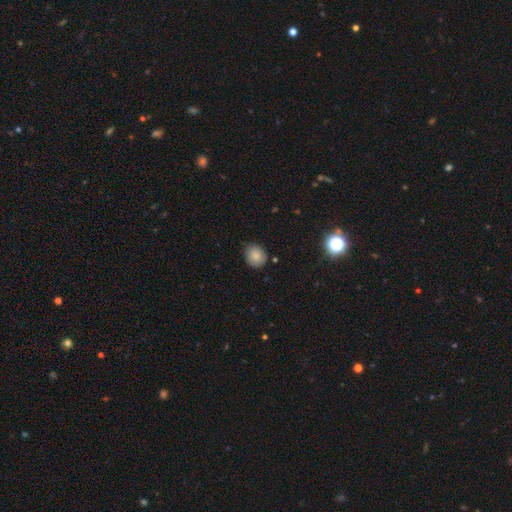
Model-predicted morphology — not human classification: This appears to be a smooth galaxy with no disk features (83%) that is round (75%). Merging: none (76%).